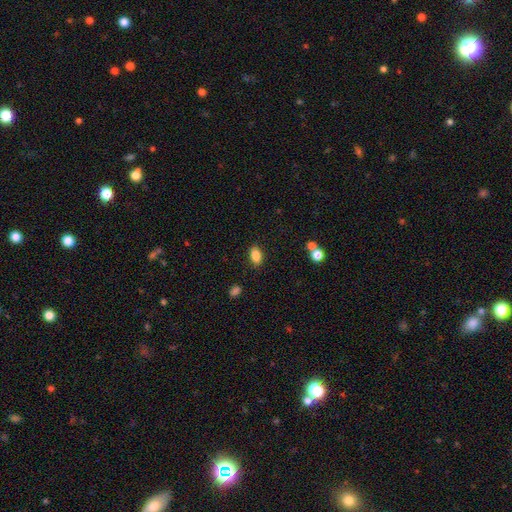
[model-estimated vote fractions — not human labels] A smooth galaxy with no disk features (86%) that is in between round and cigar-shaped (89%). Merging: none (86%).